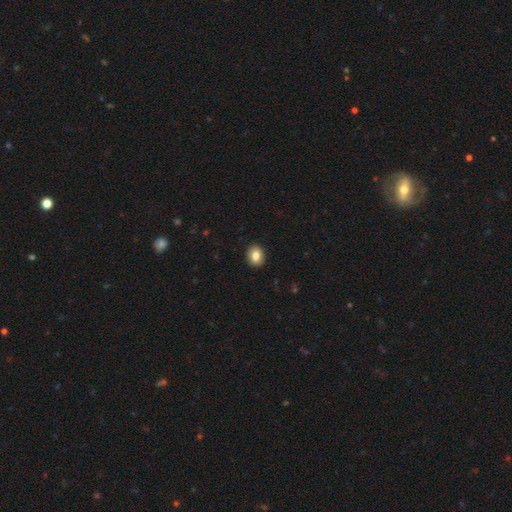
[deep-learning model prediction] This appears to be a smooth galaxy with no disk features (83%) that is in between round and cigar-shaped (50%). Merging: none (91%).